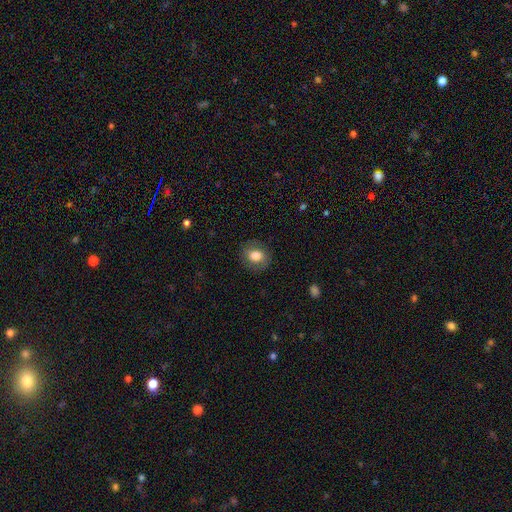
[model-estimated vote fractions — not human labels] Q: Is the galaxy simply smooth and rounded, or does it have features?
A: smooth — 77%.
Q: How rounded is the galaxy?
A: round — 64%.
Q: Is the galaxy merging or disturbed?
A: none — 84%.